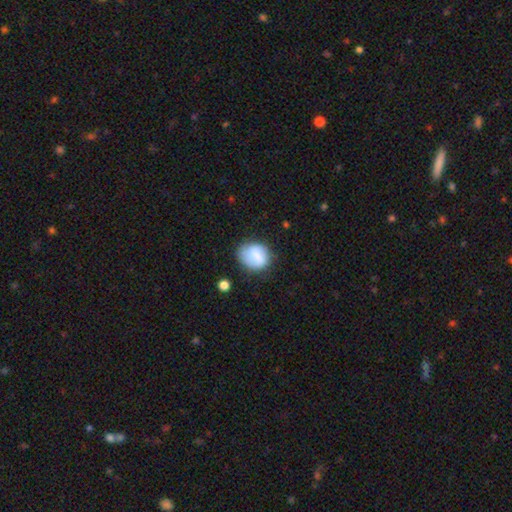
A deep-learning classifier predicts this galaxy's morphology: type=smooth (74%); roundness=round (61%); merging=none (65%).